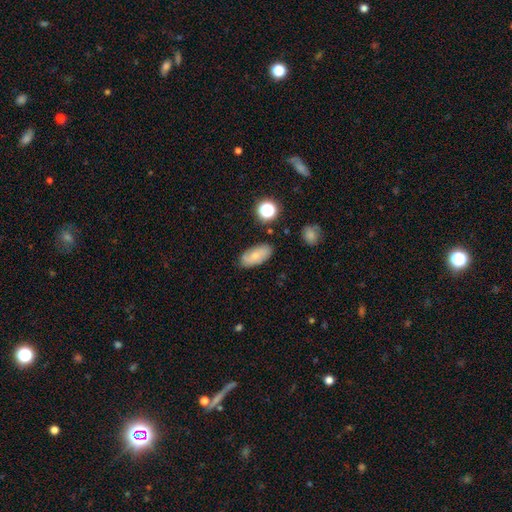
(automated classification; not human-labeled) Smooth or featured?
  - smooth: 62% *
  - featured or disk: 29%
  - star or artifact: 9%
How rounded?
  - in between: 89% *
  - cigar-shaped: 6%
  - round: 5%
Merging?
  - none: 79% *
  - minor disturbance: 15%
  - major disturbance: 3%
  - merger: 2%